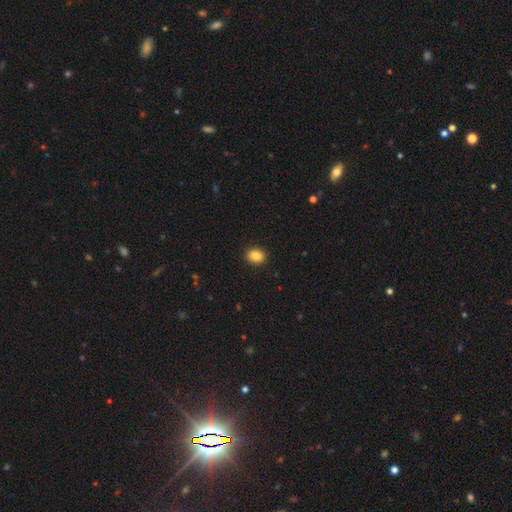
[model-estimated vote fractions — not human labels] Overall: smooth (86%). How rounded: in between (51%; round 48%). Merging: none (91%).